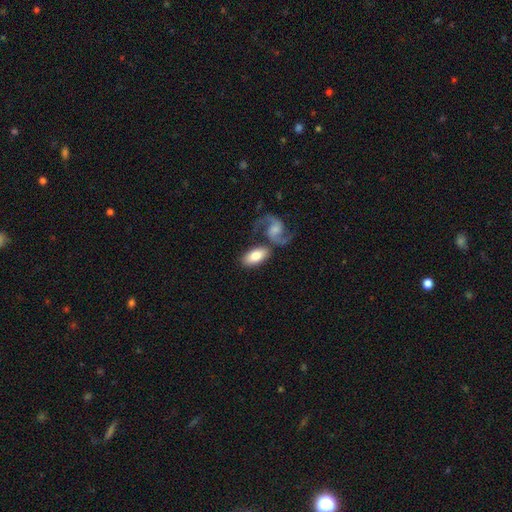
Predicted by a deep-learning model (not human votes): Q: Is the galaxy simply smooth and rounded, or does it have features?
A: smooth — 69%.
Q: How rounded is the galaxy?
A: in between — 92%.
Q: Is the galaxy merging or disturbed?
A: none — 56%.